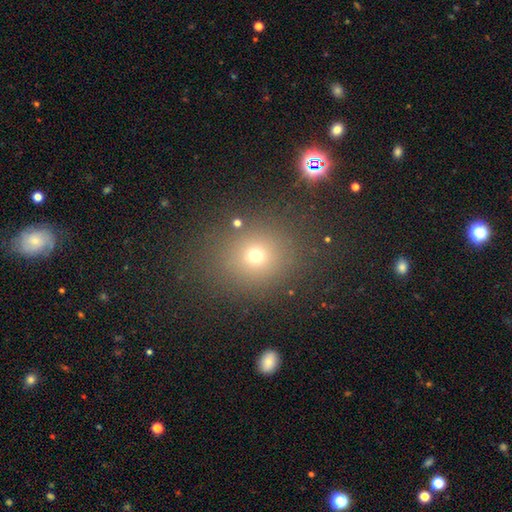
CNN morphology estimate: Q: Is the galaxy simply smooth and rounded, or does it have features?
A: smooth — 68%.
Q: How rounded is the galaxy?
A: round — 82%.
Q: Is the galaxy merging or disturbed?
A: none — 82%.